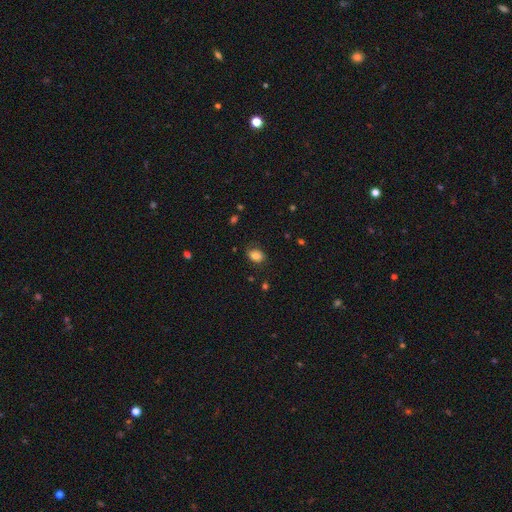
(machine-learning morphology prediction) smooth-or-featured: smooth: 80% | star or artifact: 11% | featured or disk: 9%
  how-rounded: in between: 68% | round: 31% | cigar-shaped: 1%
  merging: none: 72% | minor disturbance: 20% | major disturbance: 7% | merger: 1%